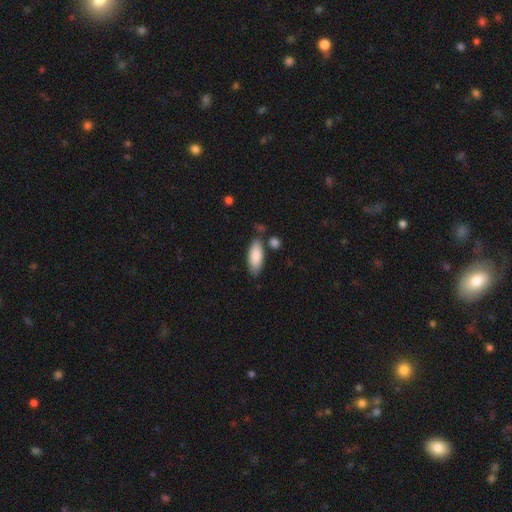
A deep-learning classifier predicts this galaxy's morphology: Smooth or featured?
  - smooth: 86% *
  - featured or disk: 9%
  - star or artifact: 5%
How rounded?
  - in between: 79% *
  - cigar-shaped: 20%
  - round: 2%
Merging?
  - none: 74% *
  - minor disturbance: 15%
  - merger: 8%
  - major disturbance: 3%